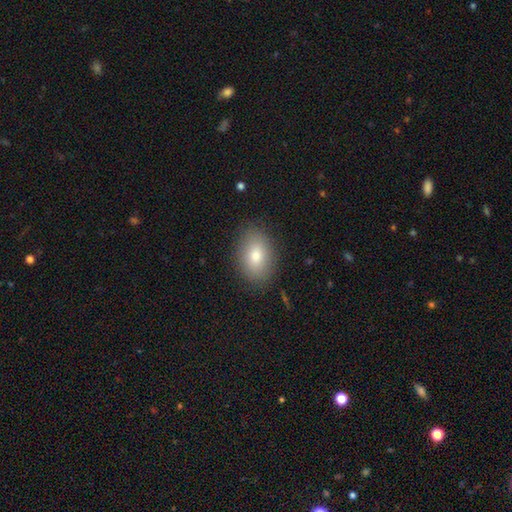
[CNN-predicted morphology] A smooth galaxy with no disk features (80%) that is in between round and cigar-shaped (83%).

Vote fractions:
- Smooth or featured? smooth: 80% / featured or disk: 12% / star or artifact: 9%
- How rounded? in between: 83% / round: 15% / cigar-shaped: 1%
- Merging? none: 86% / minor disturbance: 10% / major disturbance: 3% / merger: 1%